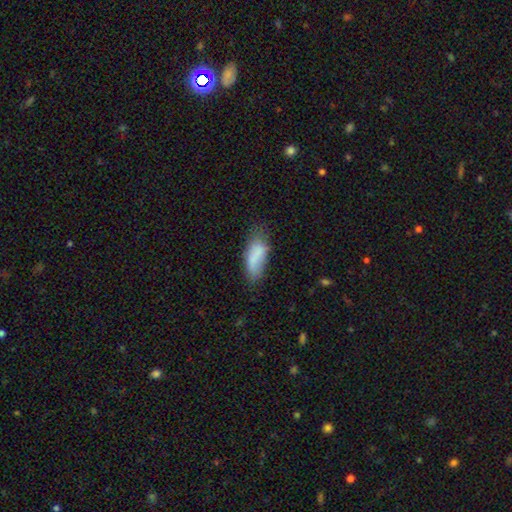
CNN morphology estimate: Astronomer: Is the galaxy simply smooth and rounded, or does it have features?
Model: smooth — 80%.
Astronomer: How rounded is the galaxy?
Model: in between — 76%.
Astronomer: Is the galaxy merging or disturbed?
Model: none — 52% (runner-up: minor disturbance, 32%).